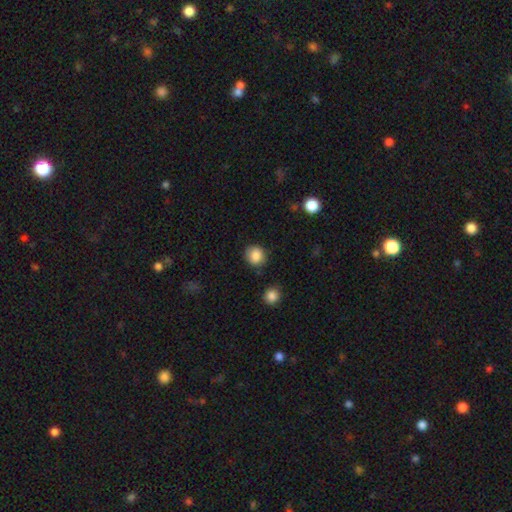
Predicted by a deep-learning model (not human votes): smooth 86%, star or artifact 9%, featured or disk 5%. Down the decision tree: how rounded — round (84%); merging — none (83%).